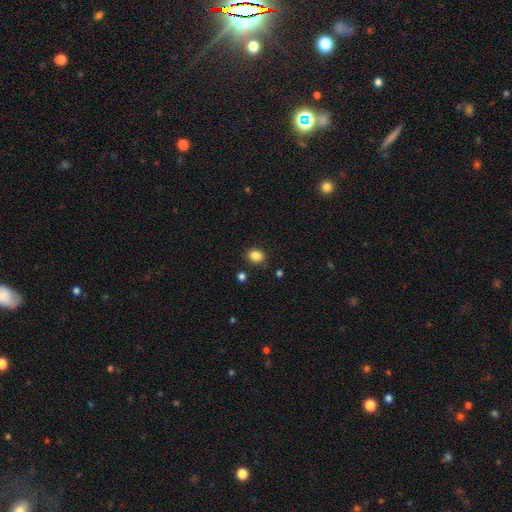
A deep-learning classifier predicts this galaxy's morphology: Overall: smooth (85%). How rounded: round (70%). Merging: none (86%).